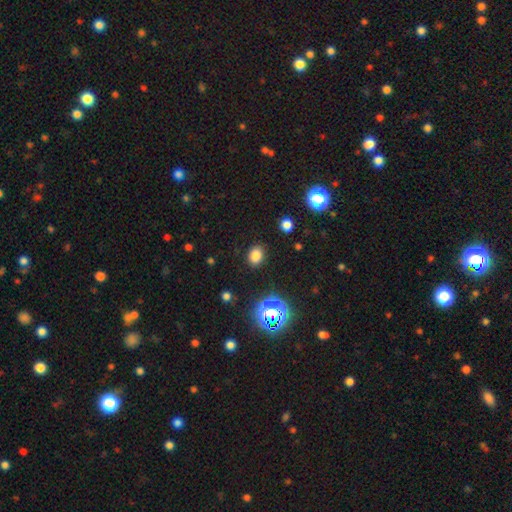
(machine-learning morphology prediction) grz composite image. It shows a smooth galaxy with no disk features (79%) that is in between round and cigar-shaped (59%). Merging: none (87%).